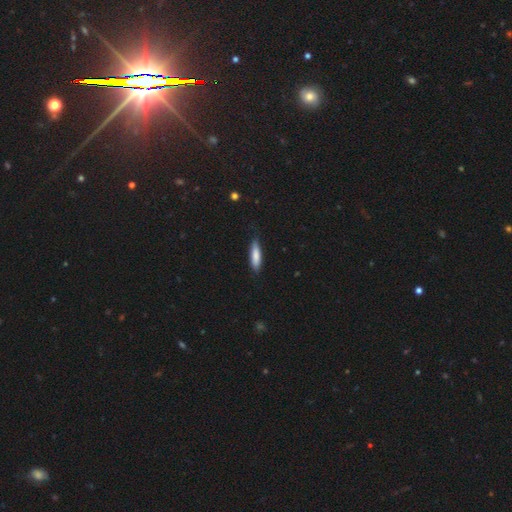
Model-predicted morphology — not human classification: A smooth galaxy with no disk features (79%) that is cigar-shaped (72%). Merging: none (82%).